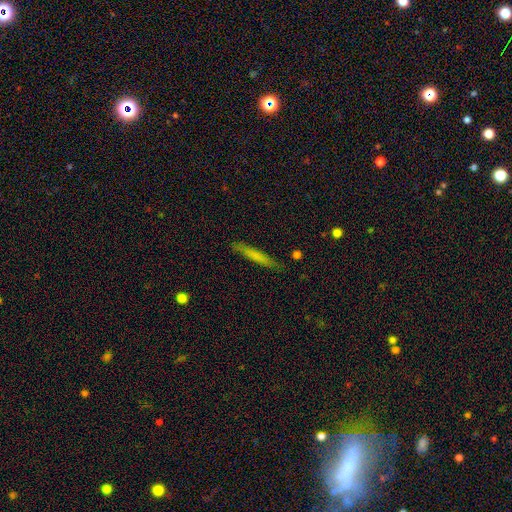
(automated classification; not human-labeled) Smooth or featured? Predicted: smooth (p=0.66). How rounded? Predicted: cigar-shaped (p=0.94). Merging? Predicted: none (p=0.85).